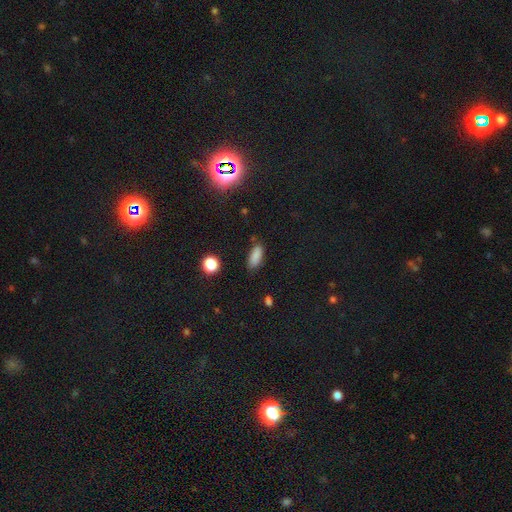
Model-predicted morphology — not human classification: smooth 84%, star or artifact 11%, featured or disk 5%. Down the decision tree: how rounded — in between (74%); merging — none (78%).